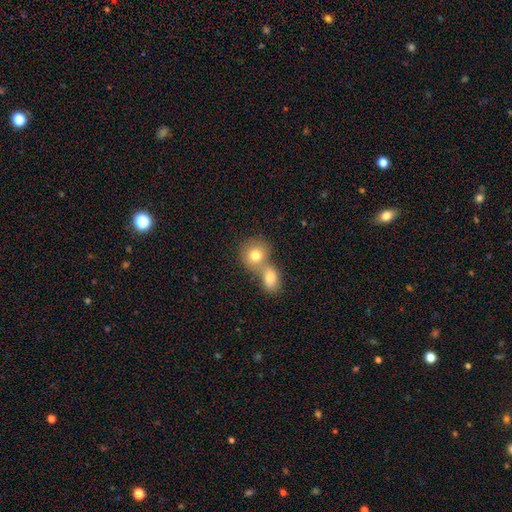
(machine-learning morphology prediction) Smooth or featured?
  - smooth: 78% *
  - featured or disk: 14%
  - star or artifact: 9%
How rounded?
  - round: 78% *
  - in between: 21%
  - cigar-shaped: 1%
Merging?
  - merger: 59% *
  - none: 32%
  - minor disturbance: 6%
  - major disturbance: 3%